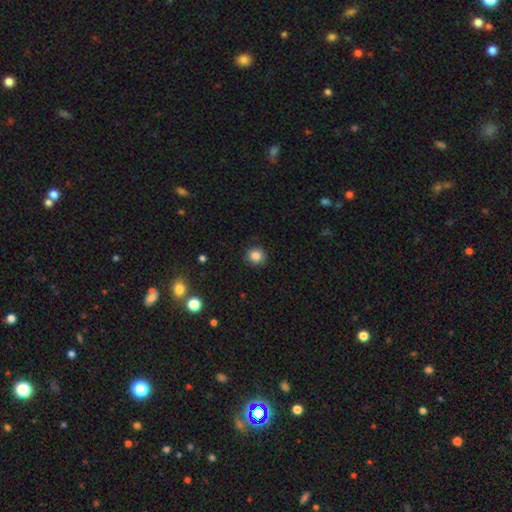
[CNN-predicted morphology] smooth_or_featured: smooth (p=0.84) [alt: star or artifact p=0.11]
how_rounded: round (p=0.92) [alt: in between p=0.07]
merging: none (p=0.90) [alt: minor disturbance p=0.07]